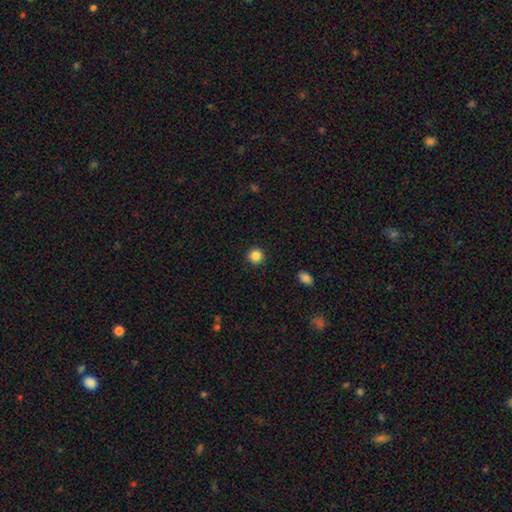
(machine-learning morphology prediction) Smooth or featured? Predicted: smooth (p=0.86). How rounded? Predicted: round (p=0.95). Merging? Predicted: none (p=0.92).